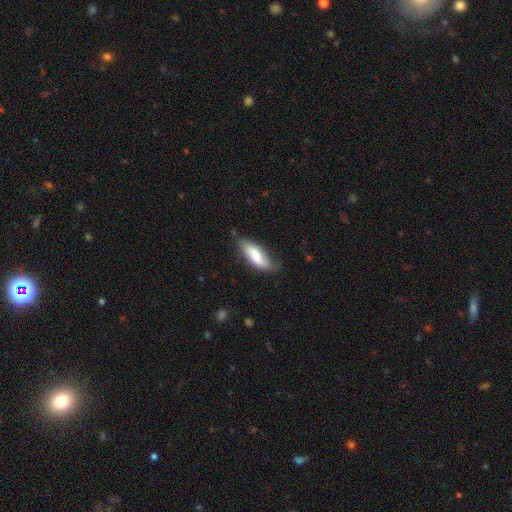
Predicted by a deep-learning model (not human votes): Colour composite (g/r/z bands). It shows a smooth galaxy with no disk features (70%) that is in between round and cigar-shaped (67%). Merging: none (63%).